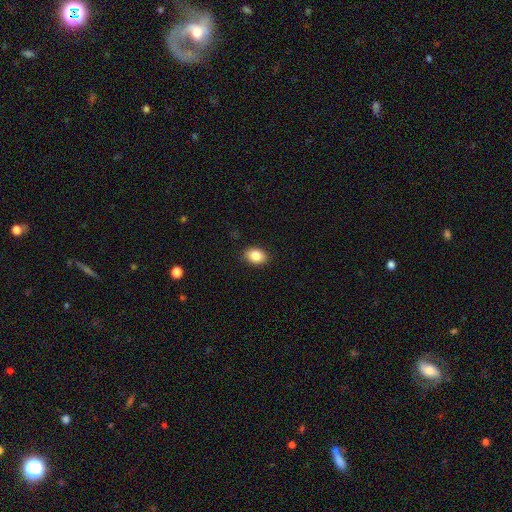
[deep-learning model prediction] The model was most divided on "how rounded": in between: 77%, round: 22%, cigar-shaped: 1%. More confident: merging — none (89%); smooth or featured — smooth (86%).